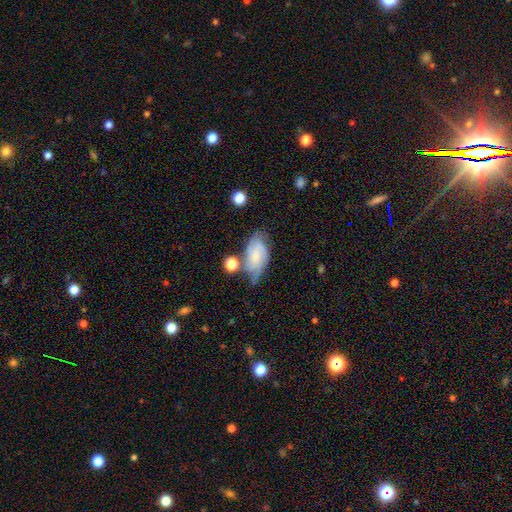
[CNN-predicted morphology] type=featured or disk (68%); edge-on=no (95%); bar=no (65%); spiral arms=yes (93%); winding=tight (46%); arm count=2 (34%); bulge=small (57%); merging=none (52%).